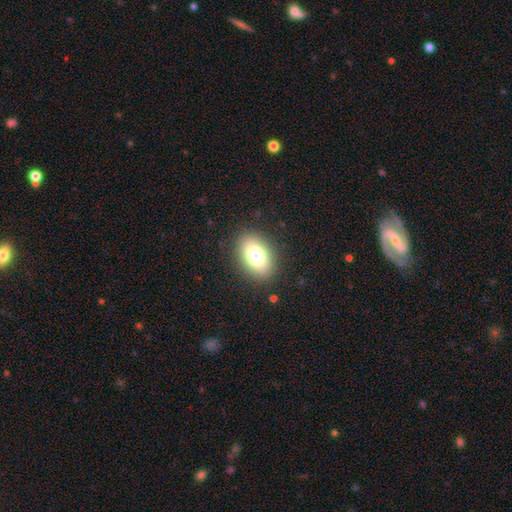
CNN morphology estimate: A smooth galaxy with no disk features (77%) that is in between round and cigar-shaped (82%).

Vote fractions:
- Smooth or featured? smooth: 77% / featured or disk: 12% / star or artifact: 10%
- How rounded? in between: 82% / round: 16% / cigar-shaped: 2%
- Merging? none: 87% / minor disturbance: 9% / major disturbance: 3% / merger: 1%